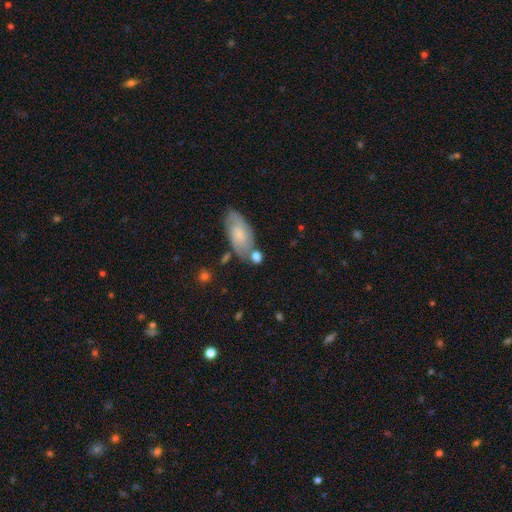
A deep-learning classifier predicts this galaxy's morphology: A smooth galaxy with no disk features (70%) that is in between round and cigar-shaped (53%).

Vote fractions:
- Smooth or featured? smooth: 70% / featured or disk: 21% / star or artifact: 9%
- How rounded? in between: 53% / round: 41% / cigar-shaped: 6%
- Merging? none: 55% / merger: 24% / minor disturbance: 15% / major disturbance: 6%